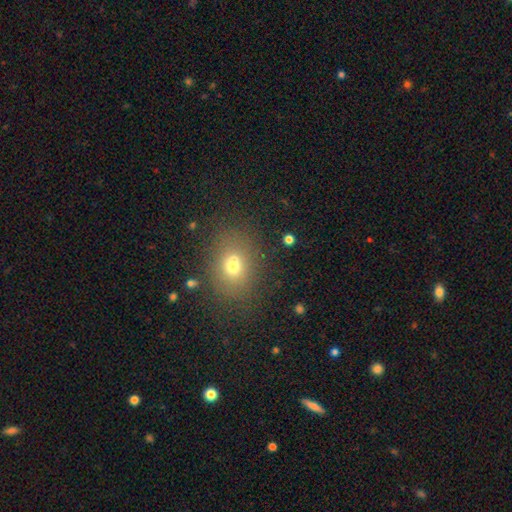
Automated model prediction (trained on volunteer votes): smooth-or-featured: smooth: 69% | star or artifact: 21% | featured or disk: 10%
  how-rounded: round: 50% | in between: 49% | cigar-shaped: 1%
  merging: none: 88% | minor disturbance: 8% | major disturbance: 3% | merger: 2%